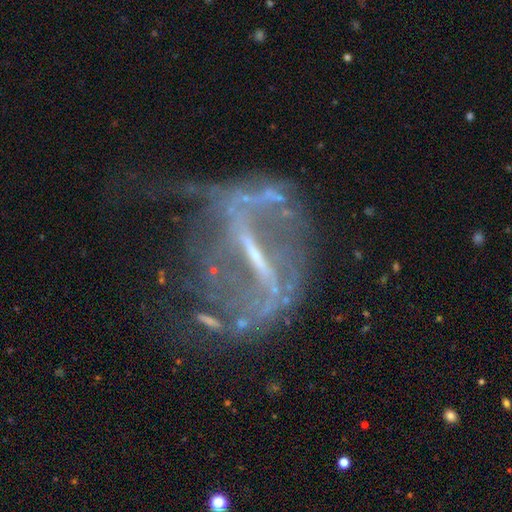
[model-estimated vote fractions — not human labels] A featured or disk galaxy (85%) with a strong bar (70%), 2 (72%) loose (59%) spiral arms (79%) and a small central bulge (55%). Merging: none (40%).